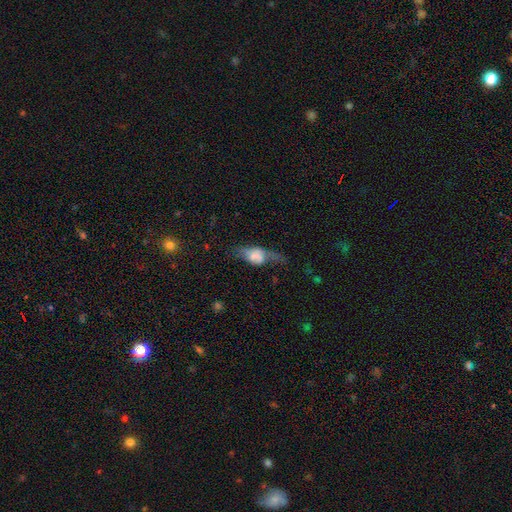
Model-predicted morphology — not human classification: Smooth or featured? smooth (50%)
Merging? none (34%, tied with major disturbance)